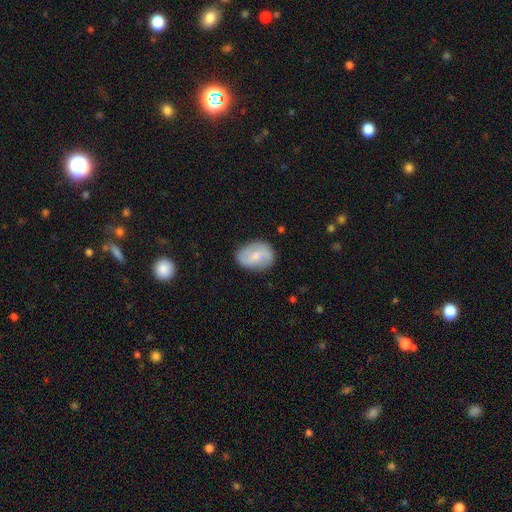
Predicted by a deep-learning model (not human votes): featured or disk 47%, smooth 46%, star or artifact 7%. Down the decision tree: merging — none (77%).